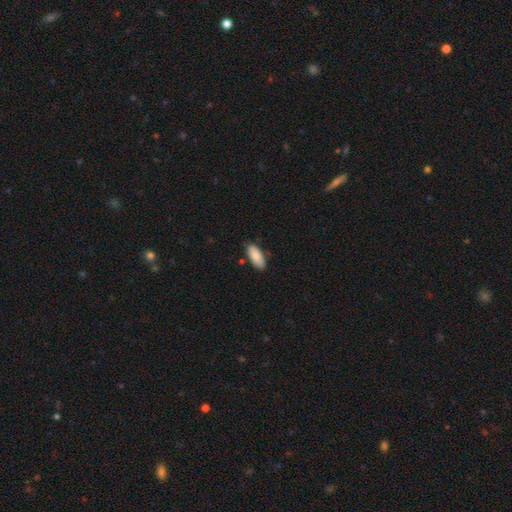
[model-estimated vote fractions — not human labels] Q: Smooth or featured?
A: smooth (87%); runner-up: featured or disk (7%)
Q: How rounded?
A: in between (87%); runner-up: cigar-shaped (12%)
Q: Merging?
A: none (82%); runner-up: minor disturbance (14%)